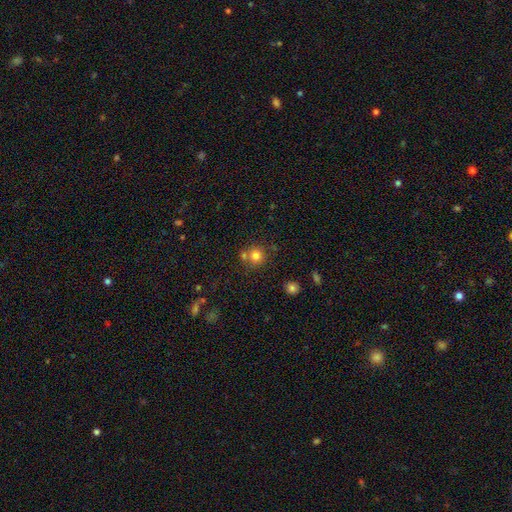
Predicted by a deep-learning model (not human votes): Q: Smooth or featured?
A: smooth (78%); runner-up: star or artifact (14%)
Q: How rounded?
A: round (90%); runner-up: in between (9%)
Q: Merging?
A: none (63%); runner-up: merger (25%)